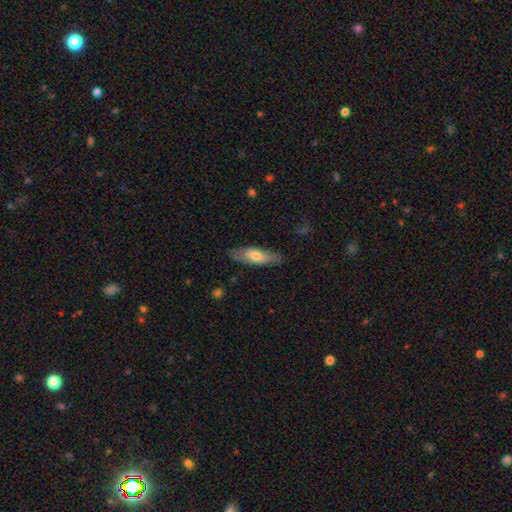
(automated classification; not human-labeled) smooth 65%, featured or disk 29%, star or artifact 6%. Down the decision tree: how rounded — in between (51%); merging — none (81%).